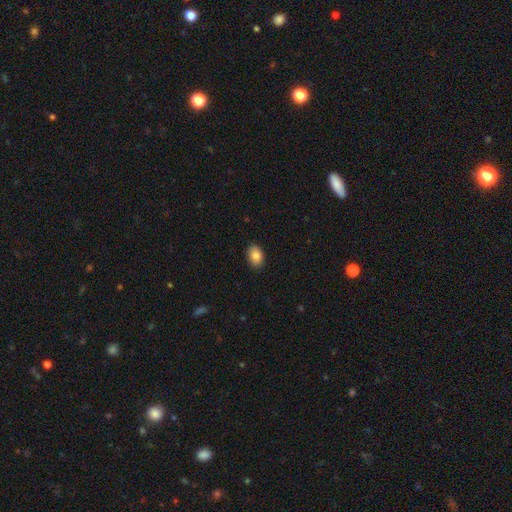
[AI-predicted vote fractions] Morphology: type=smooth (86%); roundness=in between (84%); merging=none (89%).